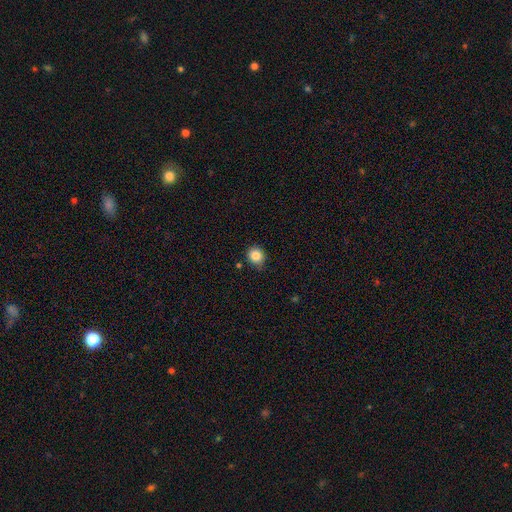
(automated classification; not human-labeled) This appears to be a smooth galaxy with no disk features (85%) that is round (88%). Merging: none (78%).